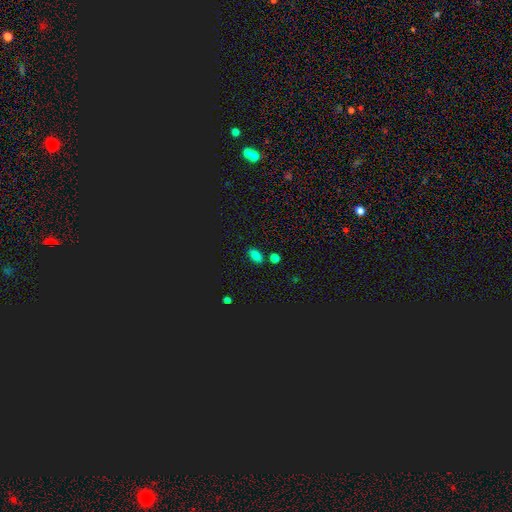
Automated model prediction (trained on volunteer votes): Smooth or featured: smooth — 72% (star or artifact — 22%)
How rounded: in between — 88% (round — 9%)
Merging: none — 78% (minor disturbance — 12%)